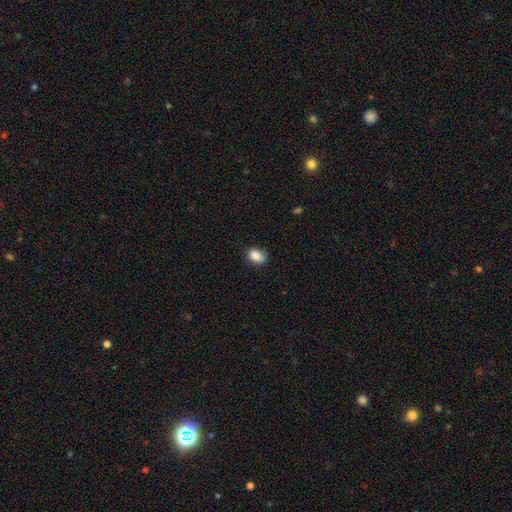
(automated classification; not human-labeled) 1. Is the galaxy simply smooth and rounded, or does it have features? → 86% smooth, 9% star or artifact, 5% featured or disk.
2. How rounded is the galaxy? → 75% in between, 24% round, 1% cigar-shaped.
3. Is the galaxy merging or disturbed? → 74% none, 21% minor disturbance, 4% major disturbance, 1% merger.